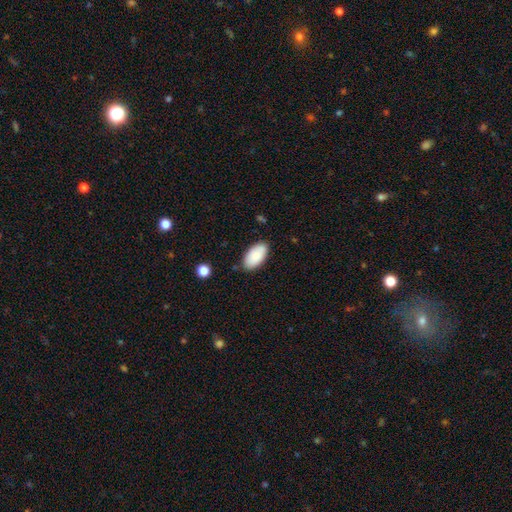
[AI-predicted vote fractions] Smooth or featured? smooth (86%)
How rounded? in between (96%)
Merging? none (81%)